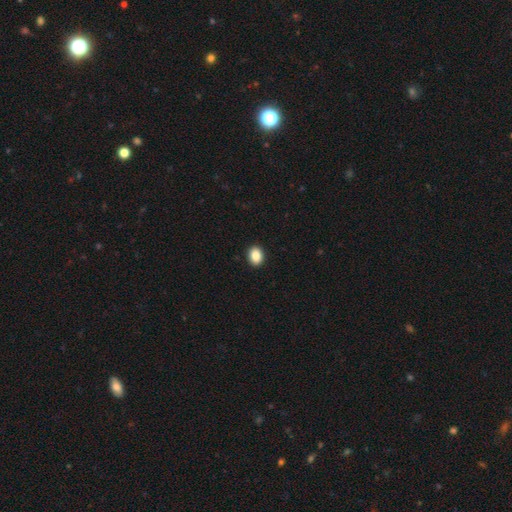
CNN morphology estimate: A smooth galaxy with no disk features (88%) that is in between round and cigar-shaped (62%).

Vote fractions:
- Smooth or featured? smooth: 88% / star or artifact: 8% / featured or disk: 3%
- How rounded? in between: 62% / round: 37% / cigar-shaped: 1%
- Merging? none: 92% / minor disturbance: 5% / major disturbance: 2% / merger: 1%